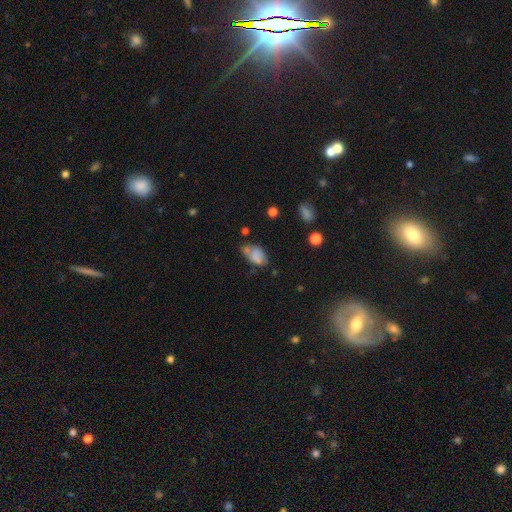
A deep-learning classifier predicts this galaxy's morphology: smooth_or_featured: smooth (p=0.71) [alt: featured or disk p=0.19]
how_rounded: in between (p=0.90) [alt: round p=0.08]
merging: none (p=0.38) [alt: minor disturbance p=0.33]